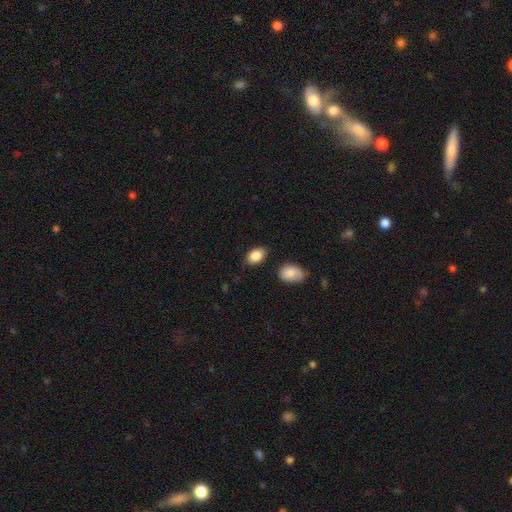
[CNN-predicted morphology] smooth-or-featured: smooth: 87% | star or artifact: 8% | featured or disk: 5%
  how-rounded: in between: 84% | round: 14% | cigar-shaped: 1%
  merging: none: 83% | minor disturbance: 12% | merger: 3% | major disturbance: 3%